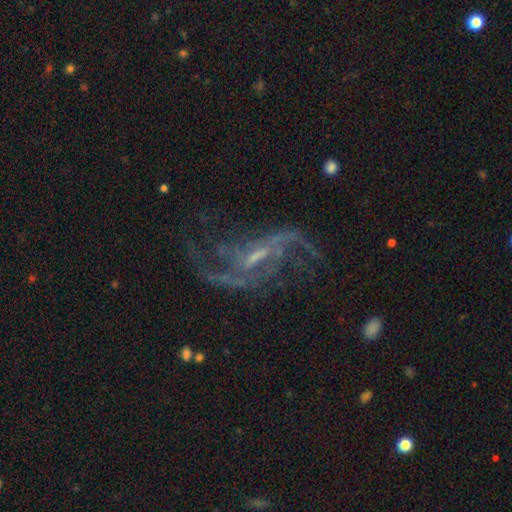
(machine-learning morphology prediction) smooth_or_featured: featured or disk (p=0.87) [alt: star or artifact p=0.08]
disk_edge_on: no (p=0.95) [alt: yes p=0.05]
bar: weak (p=0.50) [alt: strong p=0.33]
has_spiral_arms: yes (p=0.94) [alt: no p=0.06]
spiral_winding: loose (p=0.76) [alt: medium p=0.19]
spiral_arm_count: 2 (p=0.66) [alt: can't tell p=0.10]
bulge_size: small (p=0.42) [alt: none p=0.29]
merging: none (p=0.51) [alt: major disturbance p=0.29]